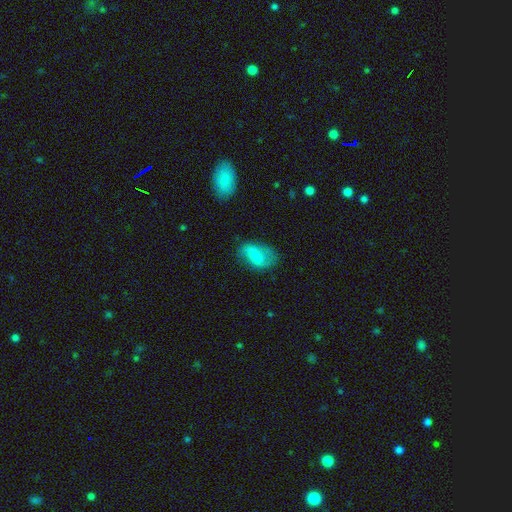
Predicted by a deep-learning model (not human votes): smooth-or-featured: smooth: 59% | featured or disk: 33% | star or artifact: 8%
  how-rounded: in between: 89% | round: 8% | cigar-shaped: 3%
  merging: none: 60% | minor disturbance: 26% | major disturbance: 12% | merger: 2%